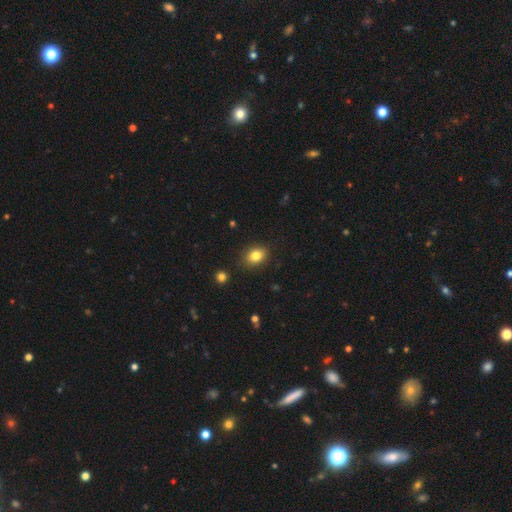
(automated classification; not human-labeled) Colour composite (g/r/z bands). It shows a smooth galaxy with no disk features (83%) that is in between round and cigar-shaped (66%). Merging: none (85%).